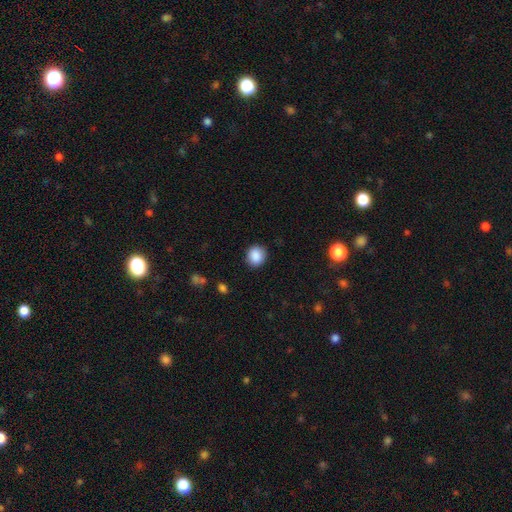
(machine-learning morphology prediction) Smooth or featured? Predicted: smooth (p=0.88). How rounded? Predicted: round (p=0.84). Merging? Predicted: none (p=0.89).